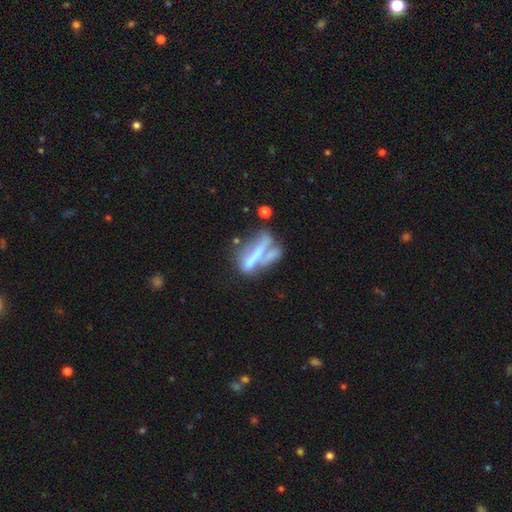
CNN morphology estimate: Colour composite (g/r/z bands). It shows a featured or disk galaxy (53%). Merging: merger (36%).